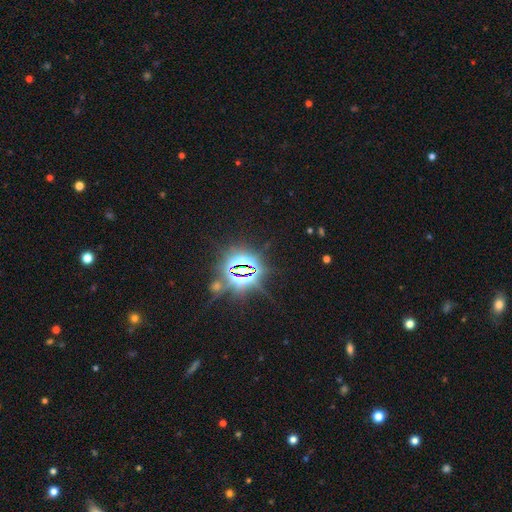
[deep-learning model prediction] Overall: star or artifact (84%).